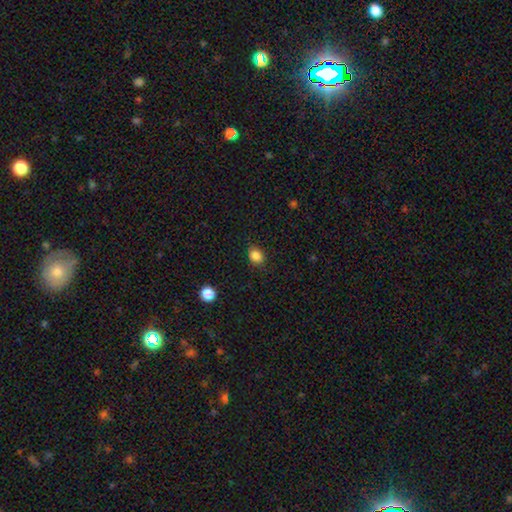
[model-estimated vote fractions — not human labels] Smooth or featured? Predicted: smooth (p=0.86). How rounded? Predicted: in between (p=0.50). Merging? Predicted: none (p=0.84).